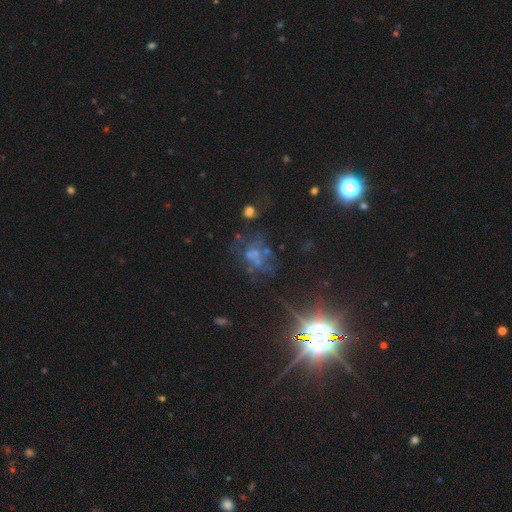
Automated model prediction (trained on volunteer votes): Smooth or featured?
  - star or artifact: 53% *
  - featured or disk: 27%
  - smooth: 20%